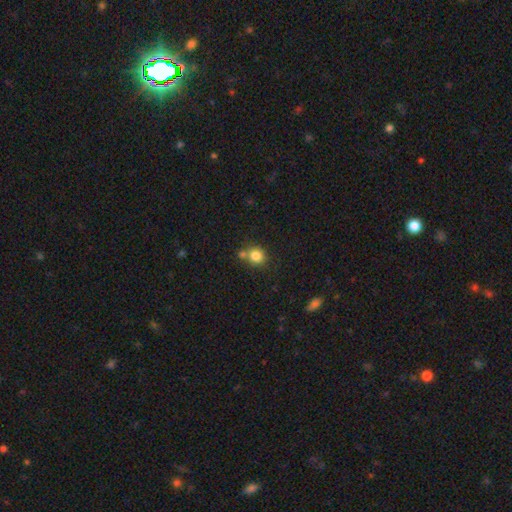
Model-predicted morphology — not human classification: A smooth galaxy with no disk features (83%) that is round (83%).

Vote fractions:
- Smooth or featured? smooth: 83% / star or artifact: 11% / featured or disk: 6%
- How rounded? round: 83% / in between: 16% / cigar-shaped: 1%
- Merging? none: 61% / merger: 26% / minor disturbance: 10% / major disturbance: 3%